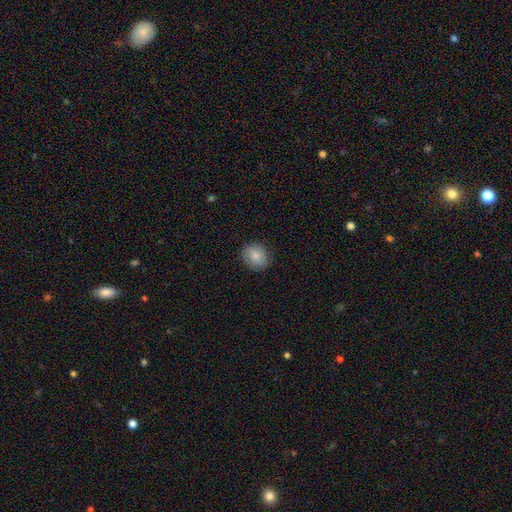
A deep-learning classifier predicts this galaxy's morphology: type=smooth (76%); roundness=round (74%); merging=none (85%).